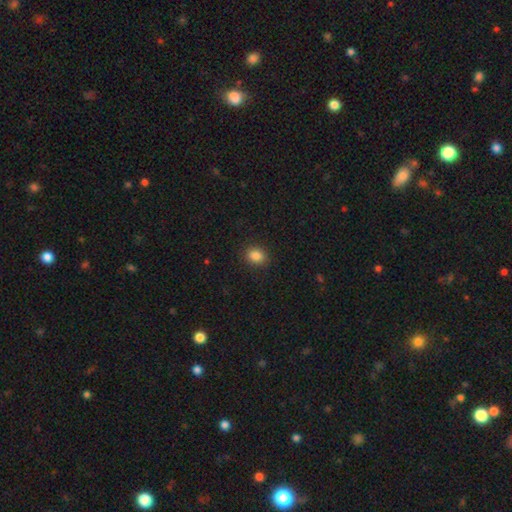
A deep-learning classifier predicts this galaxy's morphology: smooth_or_featured: smooth (p=0.85) [alt: star or artifact p=0.10]
how_rounded: round (p=0.50) [alt: in between p=0.49]
merging: none (p=0.89) [alt: minor disturbance p=0.07]